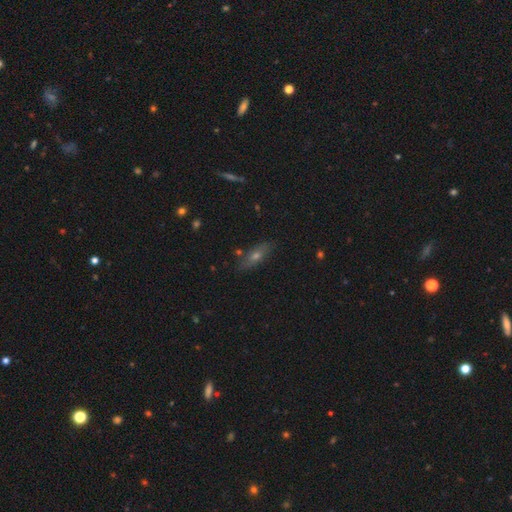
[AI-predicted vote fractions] smooth-or-featured: smooth: 45% | featured or disk: 38% | star or artifact: 17%
  merging: none: 82% | minor disturbance: 13% | major disturbance: 3% | merger: 3%